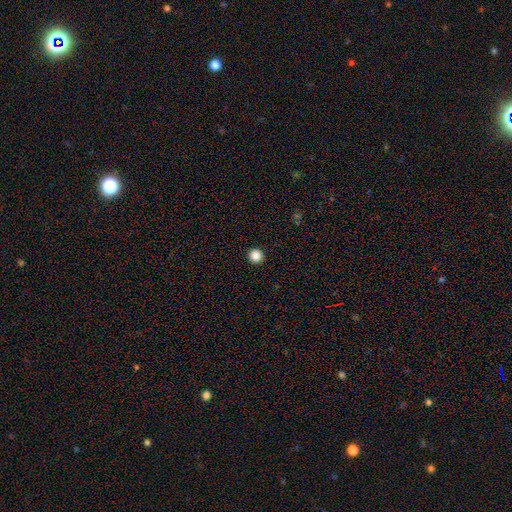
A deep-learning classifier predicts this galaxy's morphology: Smooth or featured? smooth (86%)
How rounded? round (95%)
Merging? none (94%)